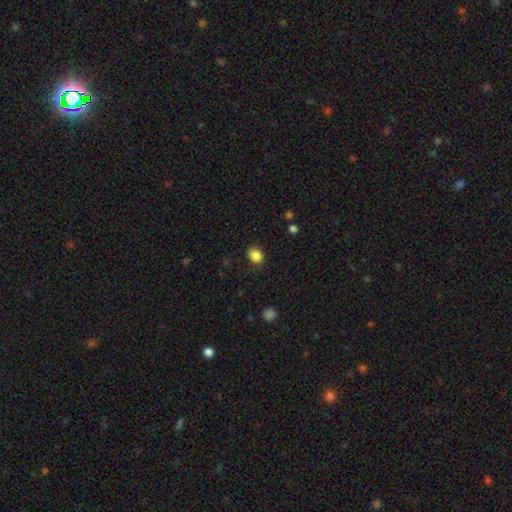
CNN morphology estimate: Overall: smooth (85%). How rounded: round (63%; in between 37%). Merging: none (76%).